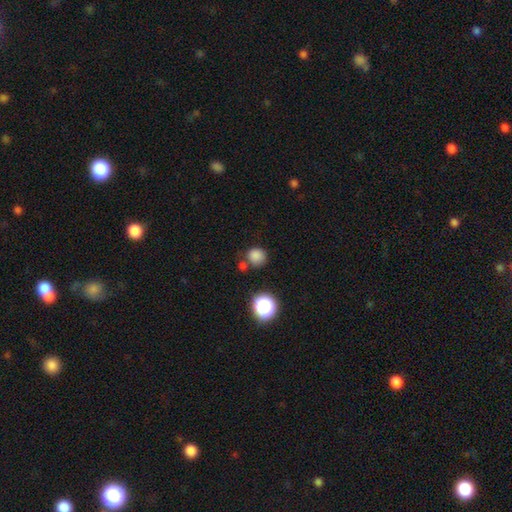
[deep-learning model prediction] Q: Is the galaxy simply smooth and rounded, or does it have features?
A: smooth — 81%.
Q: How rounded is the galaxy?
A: round — 89%.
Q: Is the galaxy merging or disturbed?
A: none — 71%.